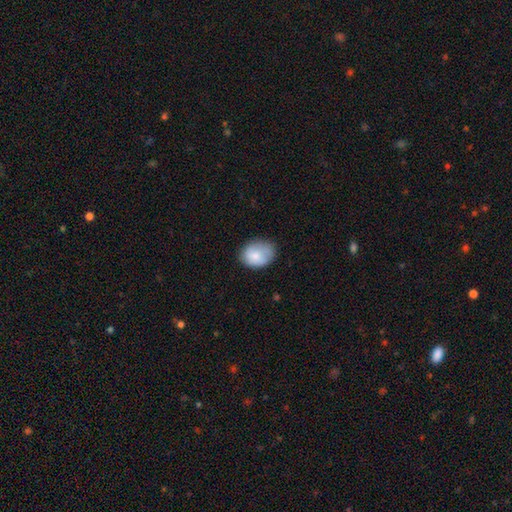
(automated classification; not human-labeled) Morphology: type=smooth (81%); roundness=in between (63%); merging=none (66%).